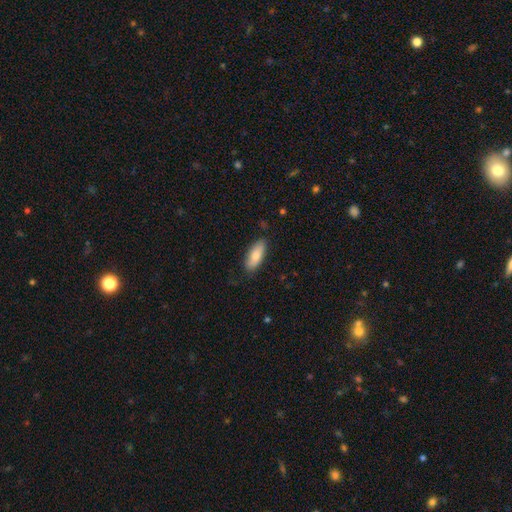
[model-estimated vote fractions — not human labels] The model was most divided on "how rounded": in between: 76%, cigar-shaped: 22%, round: 2%. More confident: merging — none (82%); smooth or featured — smooth (80%).